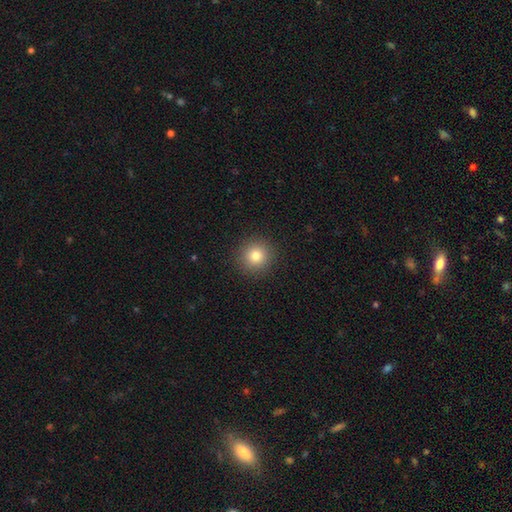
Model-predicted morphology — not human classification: The model was most divided on "smooth or featured": smooth: 81%, star or artifact: 12%, featured or disk: 7%. More confident: how rounded — round (94%); merging — none (92%).